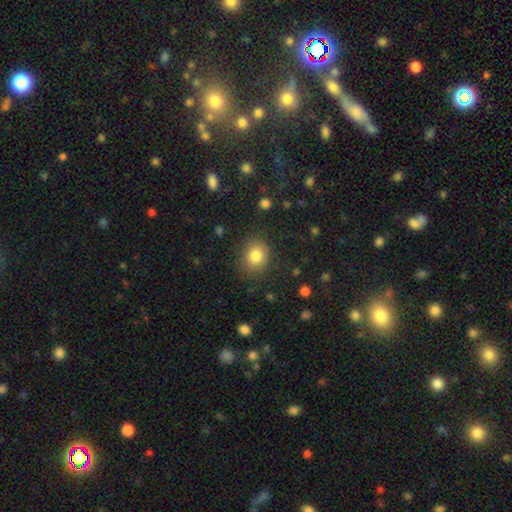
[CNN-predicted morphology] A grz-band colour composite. It shows a smooth galaxy with no disk features (82%) that is round (59%). Merging: none (82%).